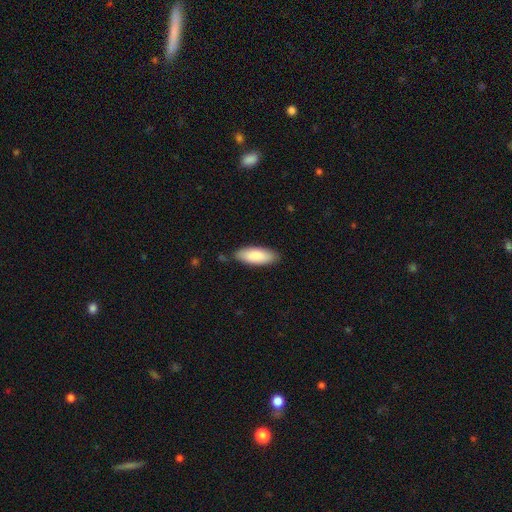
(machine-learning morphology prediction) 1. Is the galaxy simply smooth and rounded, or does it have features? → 87% smooth, 7% featured or disk, 5% star or artifact.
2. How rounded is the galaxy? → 76% in between, 23% cigar-shaped, 1% round.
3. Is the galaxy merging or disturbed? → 83% none, 13% minor disturbance, 2% major disturbance, 2% merger.